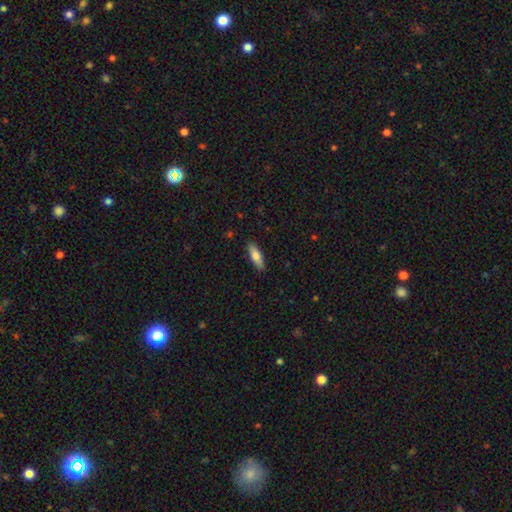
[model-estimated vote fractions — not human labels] The model was most divided on "how rounded": in between: 51%, cigar-shaped: 47%, round: 2%. More confident: merging — none (89%); smooth or featured — smooth (75%).